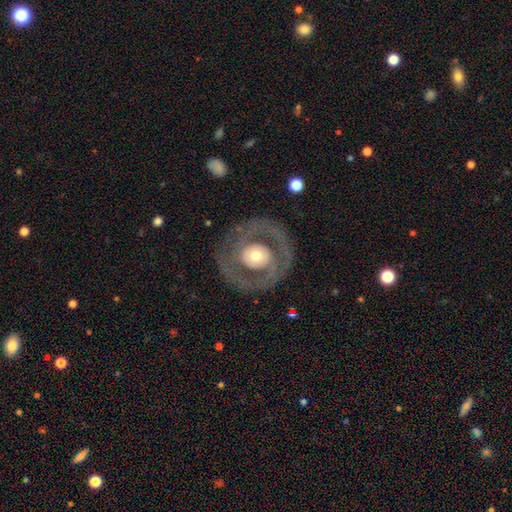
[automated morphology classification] type=featured or disk (66%); edge-on=no (96%); bar=no (79%); spiral arms=no (67%); bulge=moderate (63%); merging=none (79%).